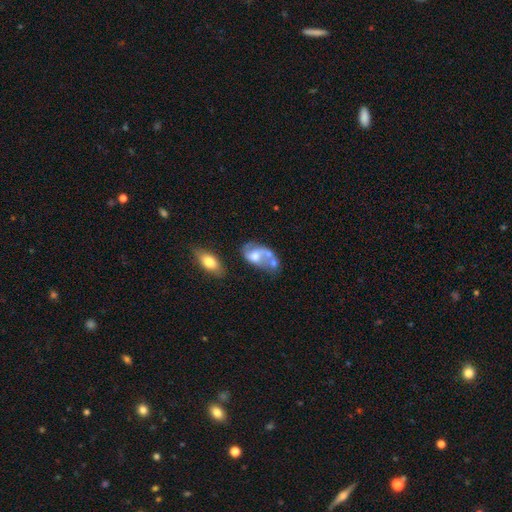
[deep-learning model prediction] This appears to be a featured or disk galaxy (53%) with no bar (75%), no spiral arms (53%) and a moderate central bulge (56%). Merging: merger (46%).